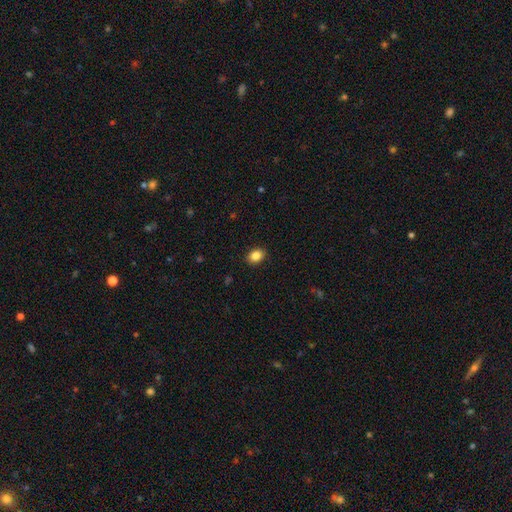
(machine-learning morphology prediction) This appears to be a smooth galaxy with no disk features (86%) that is in between round and cigar-shaped (63%). Merging: none (90%).